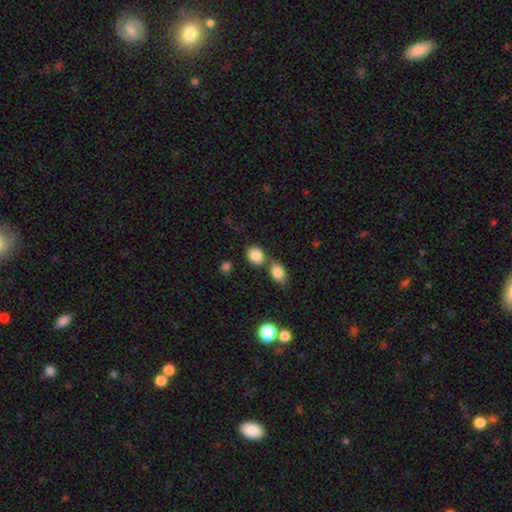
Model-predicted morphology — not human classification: Smooth or featured: smooth — 86% (star or artifact — 9%)
How rounded: round — 57% (in between — 42%)
Merging: none — 58% (merger — 29%)